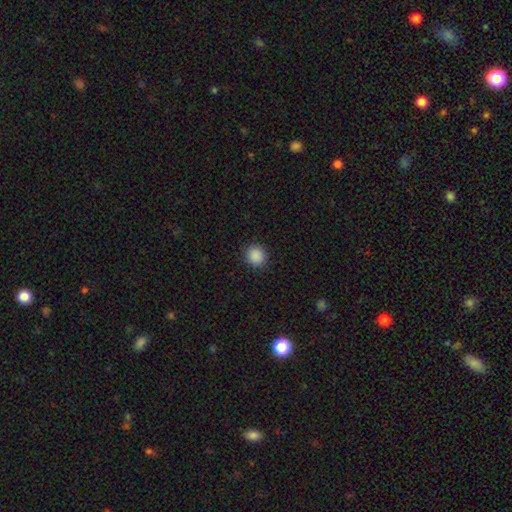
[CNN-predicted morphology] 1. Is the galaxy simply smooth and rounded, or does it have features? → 88% smooth, 9% star or artifact, 2% featured or disk.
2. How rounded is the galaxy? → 86% round, 13% in between, 1% cigar-shaped.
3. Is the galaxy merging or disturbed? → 90% none, 7% minor disturbance, 2% major disturbance, 1% merger.